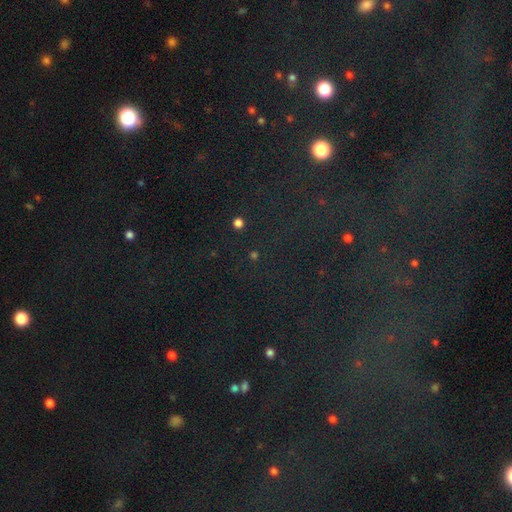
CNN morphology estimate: The model was most divided on "smooth or featured": star or artifact: 80%, smooth: 12%, featured or disk: 8%.